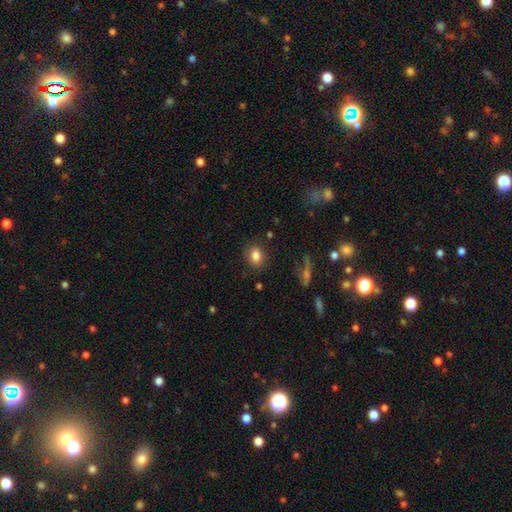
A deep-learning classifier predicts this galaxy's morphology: Q: Smooth or featured?
A: smooth (83%); runner-up: star or artifact (10%)
Q: How rounded?
A: in between (65%); runner-up: round (33%)
Q: Merging?
A: none (82%); runner-up: minor disturbance (13%)